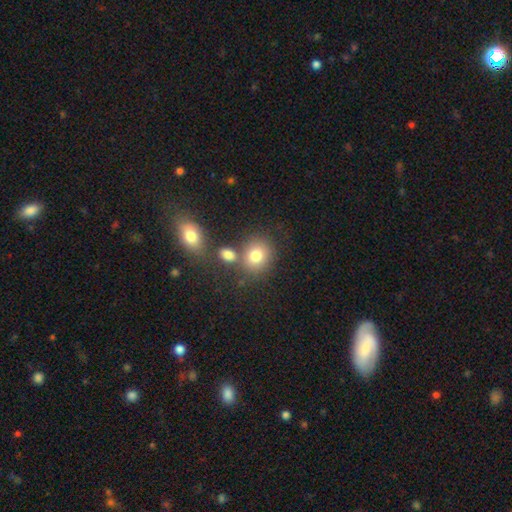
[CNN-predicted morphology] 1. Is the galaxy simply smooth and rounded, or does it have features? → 78% smooth, 12% star or artifact, 10% featured or disk.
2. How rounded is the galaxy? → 69% round, 30% in between, 1% cigar-shaped.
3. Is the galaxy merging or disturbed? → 63% none, 22% merger, 11% minor disturbance, 4% major disturbance.